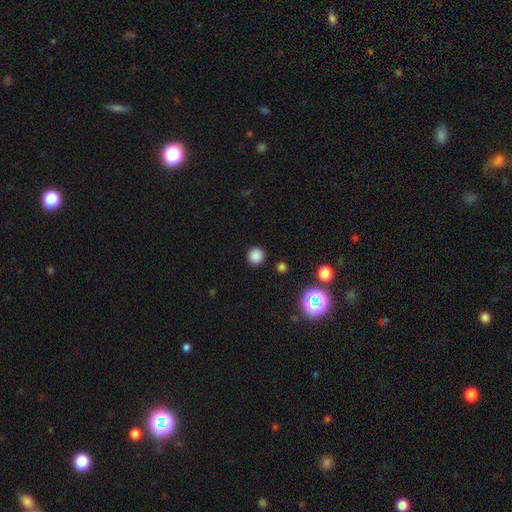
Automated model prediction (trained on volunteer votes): Smooth or featured: smooth — 83% (star or artifact — 14%)
How rounded: round — 95% (in between — 4%)
Merging: none — 91% (minor disturbance — 5%)